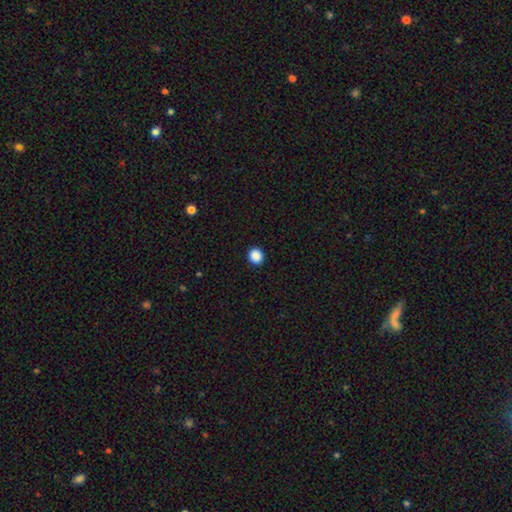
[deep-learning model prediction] Smooth or featured?
  - smooth: 88% *
  - star or artifact: 10%
  - featured or disk: 2%
How rounded?
  - round: 89% *
  - in between: 10%
  - cigar-shaped: 1%
Merging?
  - none: 93% *
  - minor disturbance: 5%
  - major disturbance: 2%
  - merger: 1%